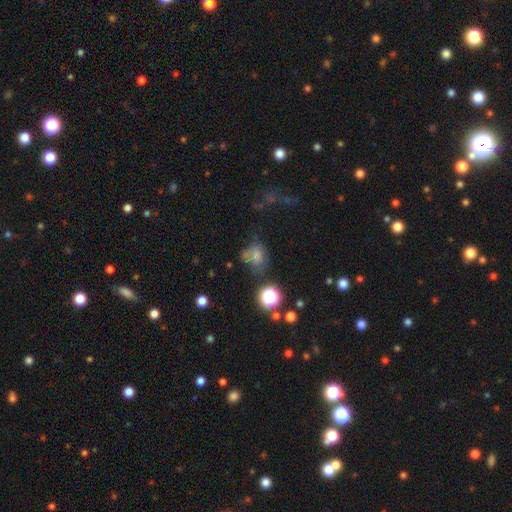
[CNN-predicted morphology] smooth-or-featured: smooth: 66% | star or artifact: 21% | featured or disk: 14%
  how-rounded: in between: 50% | round: 49% | cigar-shaped: 1%
  merging: none: 43% | minor disturbance: 23% | merger: 18% | major disturbance: 16%